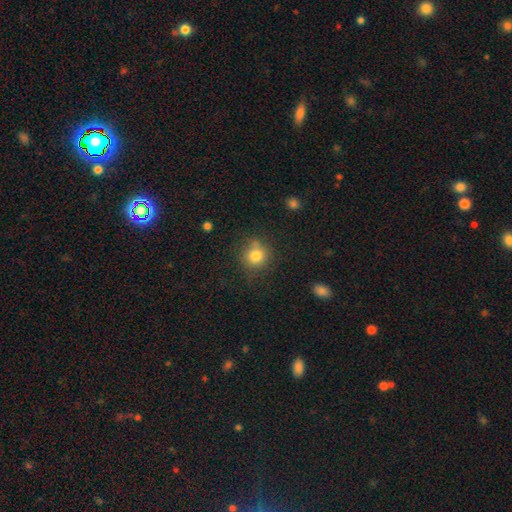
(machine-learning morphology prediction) This appears to be a smooth galaxy with no disk features (80%) that is round (88%). Merging: none (73%).